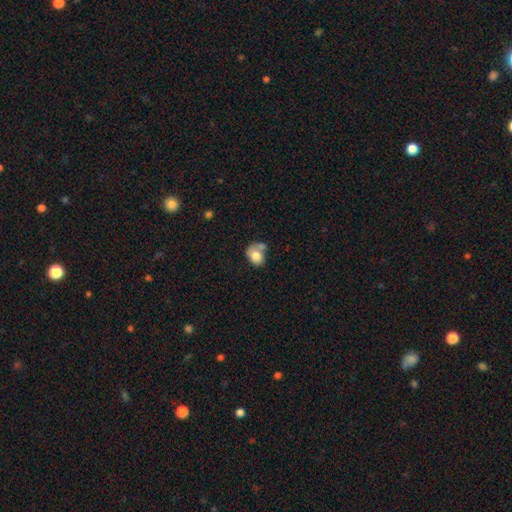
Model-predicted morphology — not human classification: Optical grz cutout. It shows a smooth galaxy with no disk features (77%) that is in between round and cigar-shaped (55%). Merging: merger (34%).